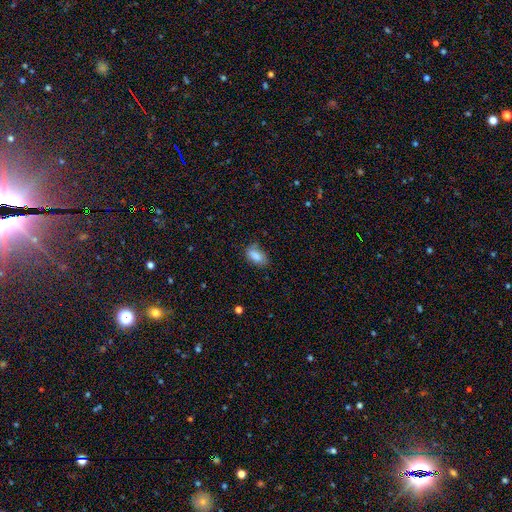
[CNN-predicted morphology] smooth_or_featured: smooth (p=0.85) [alt: star or artifact p=0.08]
how_rounded: in between (p=0.91) [alt: round p=0.05]
merging: none (p=0.68) [alt: minor disturbance p=0.24]